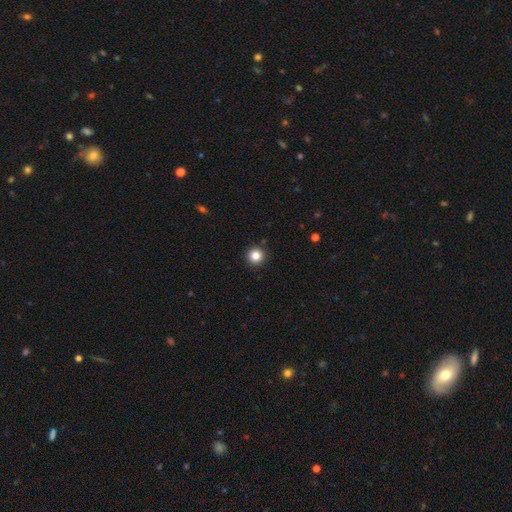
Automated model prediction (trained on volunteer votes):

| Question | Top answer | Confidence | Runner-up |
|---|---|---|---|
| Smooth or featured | smooth | 83% | star or artifact (12%) |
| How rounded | round | 95% | in between (4%) |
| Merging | none | 93% | minor disturbance (5%) |